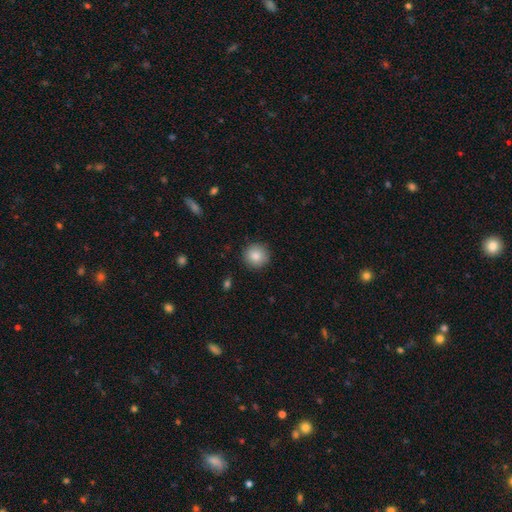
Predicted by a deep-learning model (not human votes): Smooth or featured? smooth (86%)
How rounded? round (94%)
Merging? none (90%)